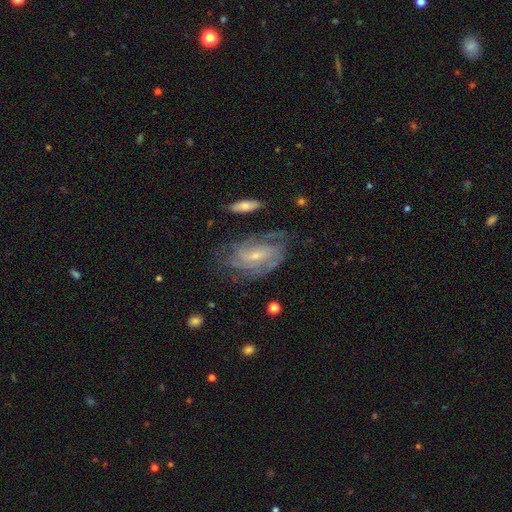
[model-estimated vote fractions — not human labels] Smooth or featured? featured or disk (80%)
Edge-on disk? no (96%)
Bar? no (49%)
Spiral arms? yes (91%)
Spiral winding? tight (53%)
Spiral arm count? can't tell (40%)
Bulge size? small (73%)
Merging? none (61%)